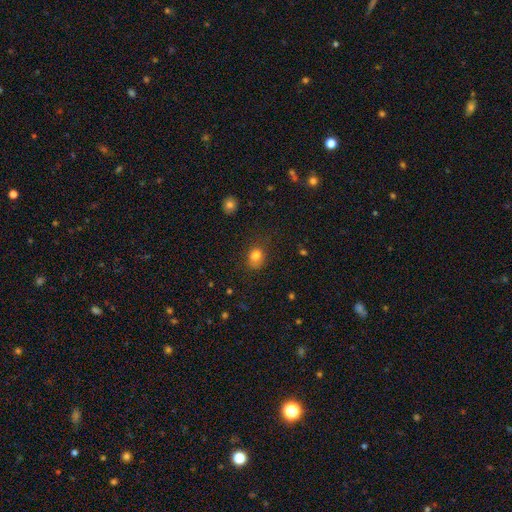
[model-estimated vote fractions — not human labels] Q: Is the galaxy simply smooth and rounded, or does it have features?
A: smooth — 81%.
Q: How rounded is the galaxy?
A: in between — 50%.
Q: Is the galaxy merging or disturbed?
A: none — 65%.